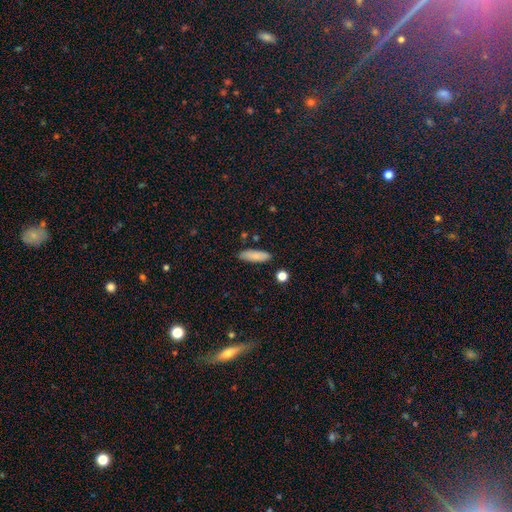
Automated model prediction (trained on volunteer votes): Smooth or featured: smooth — 84% (featured or disk — 9%)
How rounded: in between — 56% (cigar-shaped — 42%)
Merging: none — 84% (minor disturbance — 11%)